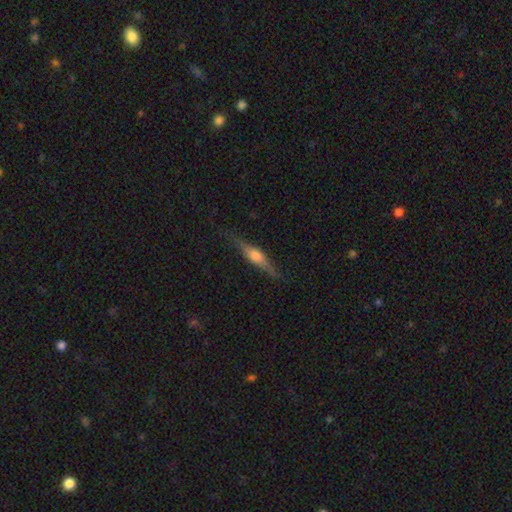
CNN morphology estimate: type=featured or disk (63%); edge-on=yes (95%); edge-on bulge=rounded (88%); merging=none (81%).